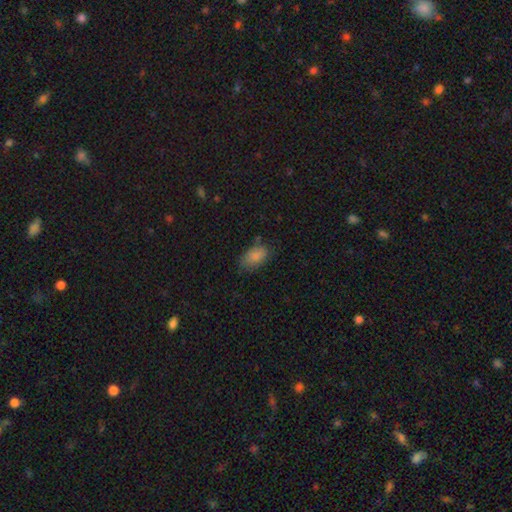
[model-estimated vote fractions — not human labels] smooth 85%, star or artifact 8%, featured or disk 6%. Down the decision tree: how rounded — in between (92%); merging — none (65%).